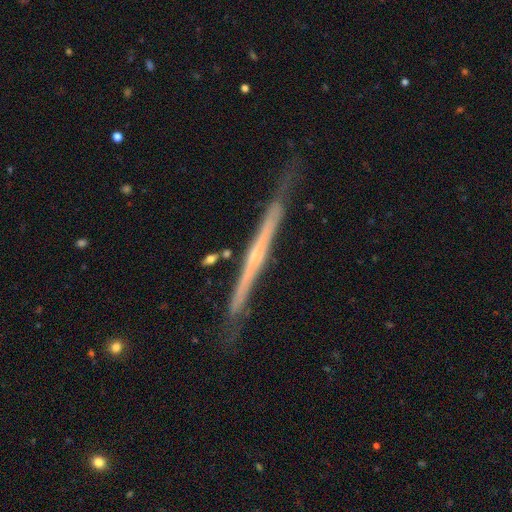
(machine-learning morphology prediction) This is likely a featured or disk galaxy (76%). It is clearly viewed edge-on (97%). Edge-on bulge: possibly none (58%). Merging: likely none (76%).